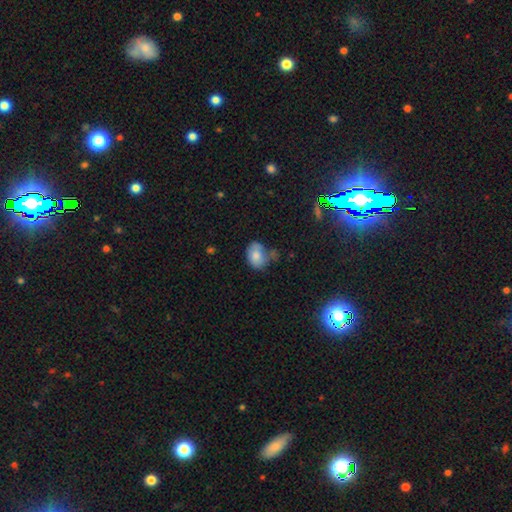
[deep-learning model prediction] Smooth or featured? smooth (77%)
How rounded? in between (67%)
Merging? none (41%)